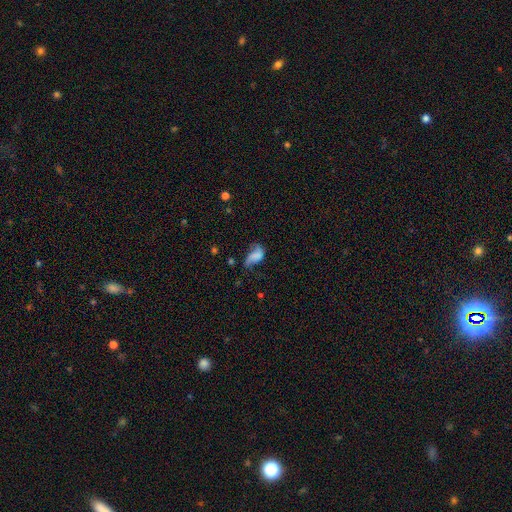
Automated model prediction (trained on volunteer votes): smooth 52%, featured or disk 37%, star or artifact 11%. Down the decision tree: how rounded — in between (88%); merging — major disturbance (37%).